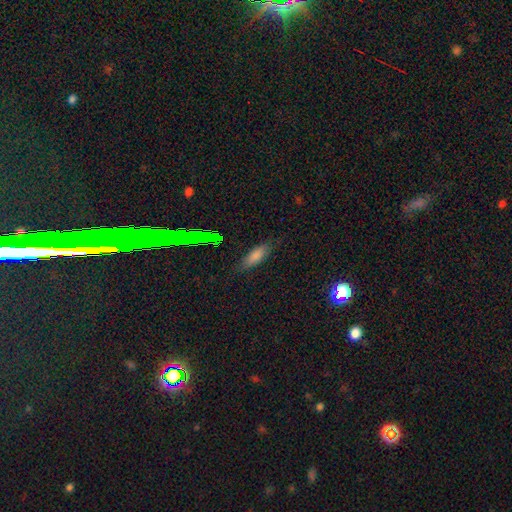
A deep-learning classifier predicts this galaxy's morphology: smooth 78%, featured or disk 11%, star or artifact 11%. Down the decision tree: how rounded — in between (64%); merging — none (78%).